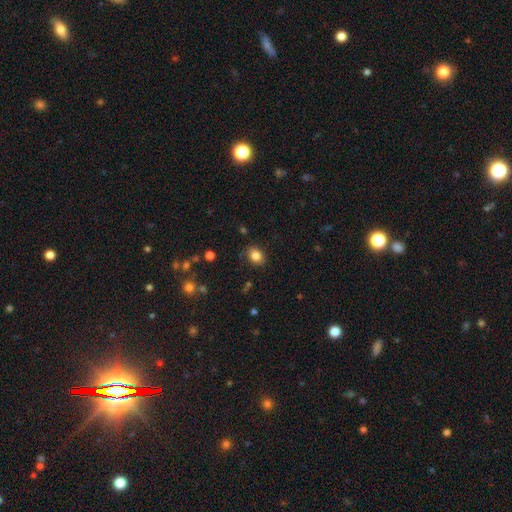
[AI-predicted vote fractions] Smooth or featured? Predicted: smooth (p=0.83). How rounded? Predicted: in between (p=0.53). Merging? Predicted: none (p=0.84).